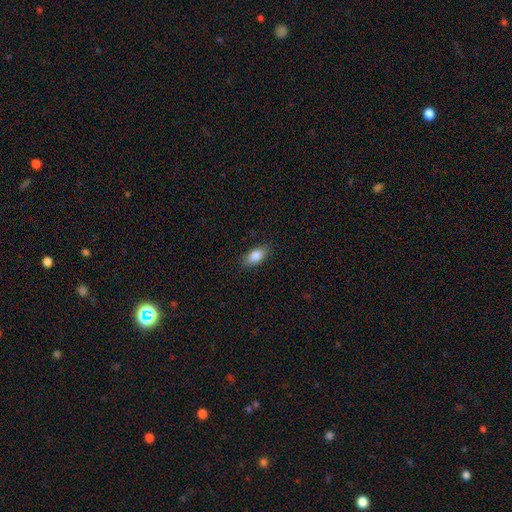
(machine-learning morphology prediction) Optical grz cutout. It shows a smooth galaxy with no disk features (85%) that is in between round and cigar-shaped (87%). Merging: none (85%).